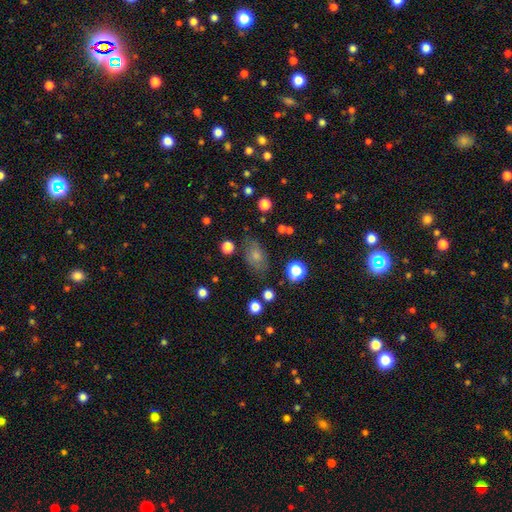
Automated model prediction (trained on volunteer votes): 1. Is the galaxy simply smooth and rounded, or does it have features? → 72% smooth, 15% featured or disk, 13% star or artifact.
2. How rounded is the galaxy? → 82% in between, 15% round, 2% cigar-shaped.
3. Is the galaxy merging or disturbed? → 72% none, 18% minor disturbance, 7% major disturbance, 3% merger.